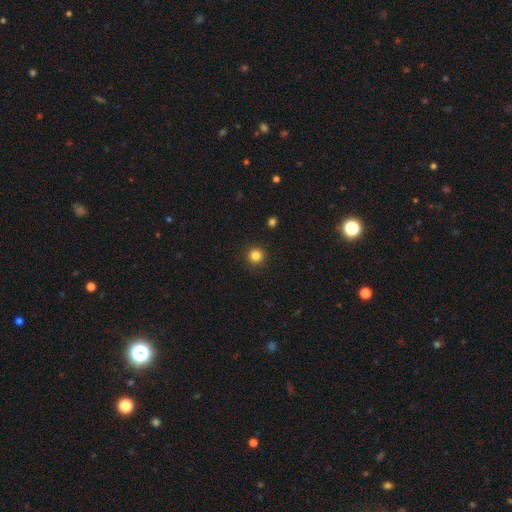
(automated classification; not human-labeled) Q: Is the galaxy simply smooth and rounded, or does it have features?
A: smooth — 84%.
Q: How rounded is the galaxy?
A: round — 96%.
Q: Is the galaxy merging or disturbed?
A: none — 92%.